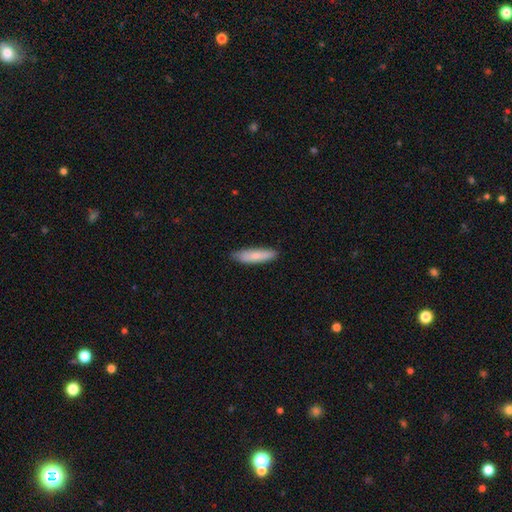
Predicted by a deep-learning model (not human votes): Smooth or featured?
  - smooth: 79% *
  - featured or disk: 15%
  - star or artifact: 6%
How rounded?
  - cigar-shaped: 70% *
  - in between: 29%
  - round: 2%
Merging?
  - none: 85% *
  - minor disturbance: 12%
  - major disturbance: 2%
  - merger: 1%